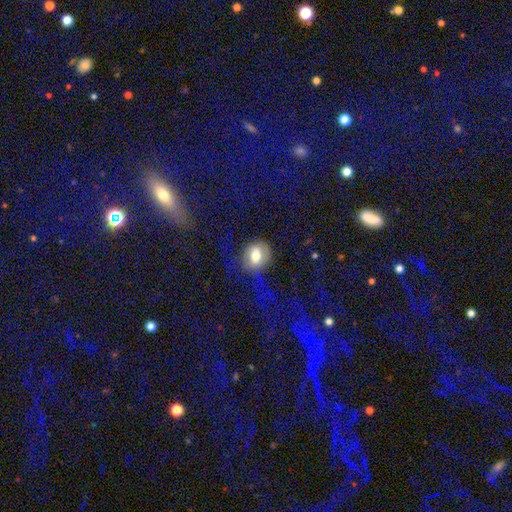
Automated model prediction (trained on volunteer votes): smooth_or_featured: smooth (p=0.62) [alt: featured or disk p=0.27]
how_rounded: round (p=0.55) [alt: in between p=0.44]
merging: none (p=0.48) [alt: major disturbance p=0.28]